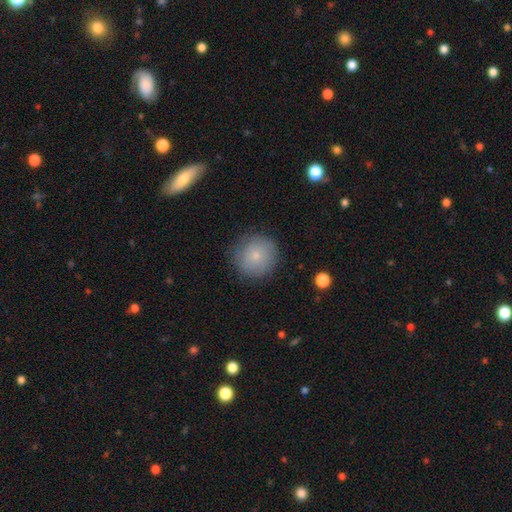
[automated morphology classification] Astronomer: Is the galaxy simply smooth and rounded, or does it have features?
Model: smooth — 75%.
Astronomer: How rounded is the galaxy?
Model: round — 94%.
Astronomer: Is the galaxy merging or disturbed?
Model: none — 82%.